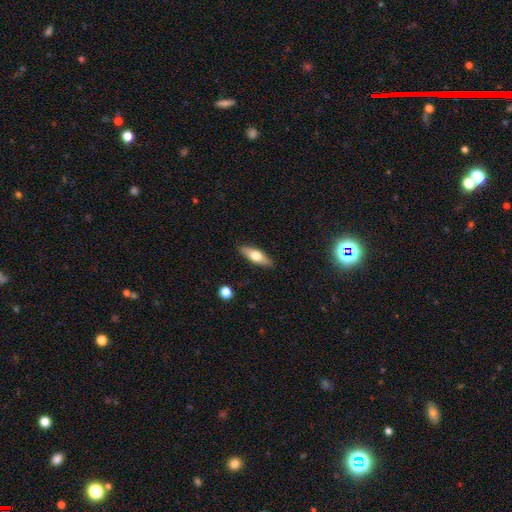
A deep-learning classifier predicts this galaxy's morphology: smooth 60%, featured or disk 34%, star or artifact 6%. Down the decision tree: how rounded — in between (54%); merging — none (89%).